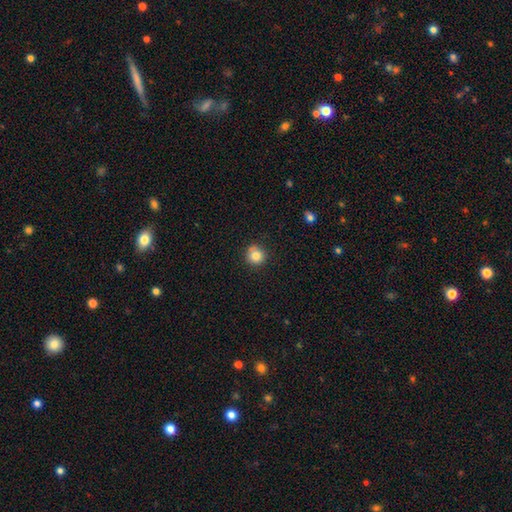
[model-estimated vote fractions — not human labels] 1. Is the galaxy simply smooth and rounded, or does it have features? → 81% smooth, 11% star or artifact, 8% featured or disk.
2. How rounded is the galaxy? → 92% round, 7% in between, 1% cigar-shaped.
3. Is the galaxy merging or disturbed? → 80% none, 14% minor disturbance, 3% merger, 3% major disturbance.